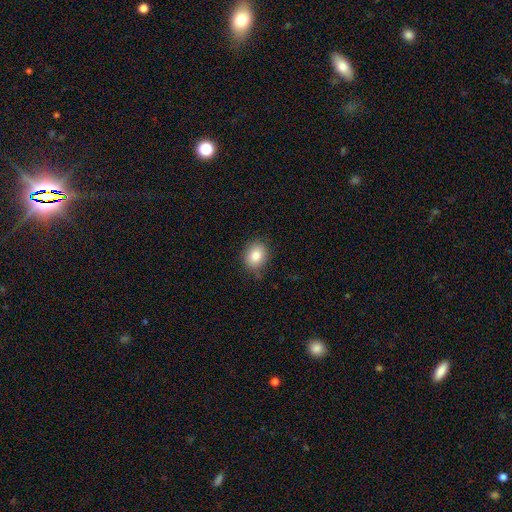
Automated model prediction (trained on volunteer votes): Overall: smooth (83%). How rounded: round (61%; in between 38%). Merging: none (83%).